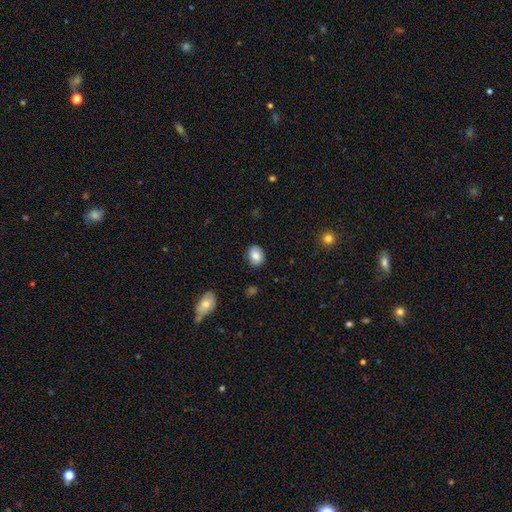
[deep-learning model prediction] smooth_or_featured: smooth (p=0.83) [alt: featured or disk p=0.09]
how_rounded: in between (p=0.60) [alt: round p=0.39]
merging: none (p=0.83) [alt: minor disturbance p=0.13]